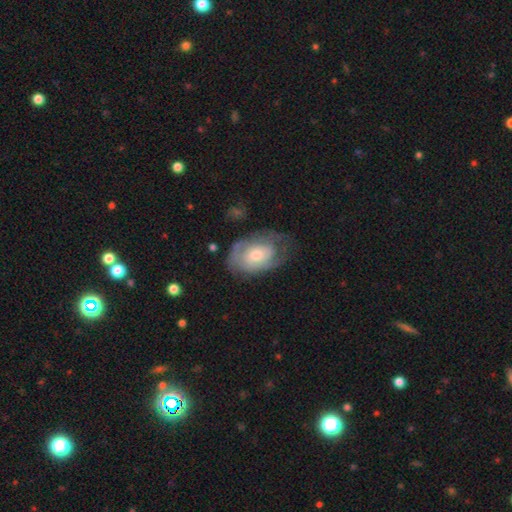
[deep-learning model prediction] Smooth or featured? Predicted: featured or disk (p=0.62). Edge-on disk? Predicted: no (p=0.95). Bar? Predicted: no (p=0.75). Spiral arms? Predicted: yes (p=0.70). Bulge size? Predicted: moderate (p=0.57). Merging? Predicted: none (p=0.56).